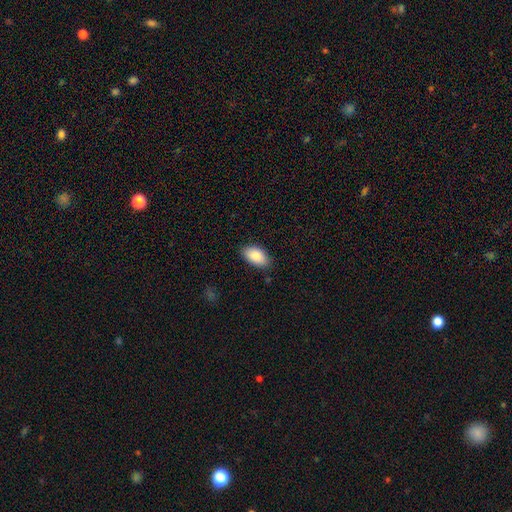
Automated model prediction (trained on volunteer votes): smooth_or_featured: smooth (p=0.88) [alt: star or artifact p=0.06]
how_rounded: in between (p=0.94) [alt: round p=0.03]
merging: none (p=0.85) [alt: minor disturbance p=0.12]